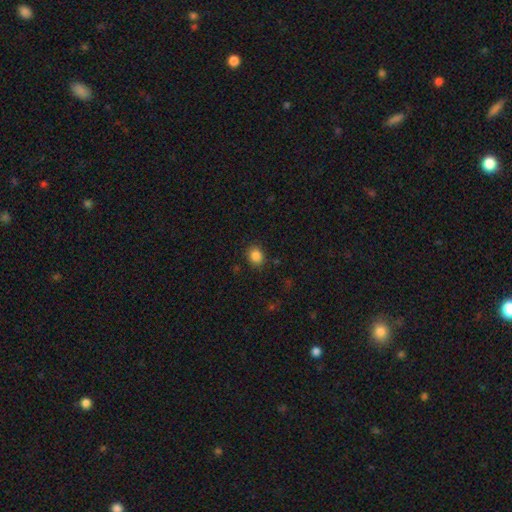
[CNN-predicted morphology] smooth_or_featured: smooth (p=0.85) [alt: star or artifact p=0.10]
how_rounded: round (p=0.58) [alt: in between p=0.41]
merging: none (p=0.87) [alt: minor disturbance p=0.09]